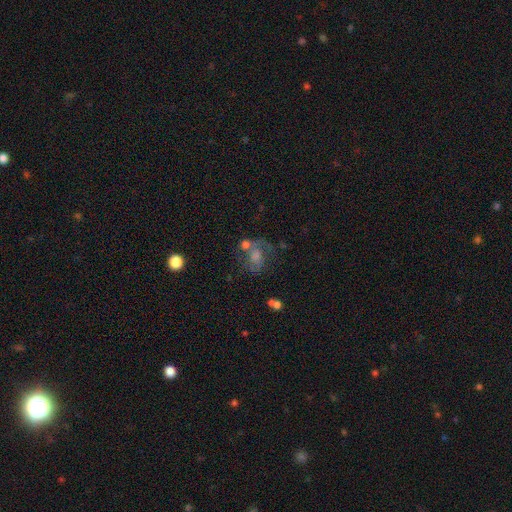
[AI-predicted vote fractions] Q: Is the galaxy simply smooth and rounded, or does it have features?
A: featured or disk — 55%.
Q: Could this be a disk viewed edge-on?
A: no — 97%.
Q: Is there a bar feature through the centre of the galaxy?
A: no — 66%.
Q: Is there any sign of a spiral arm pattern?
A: yes — 74%.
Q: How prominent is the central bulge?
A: moderate — 39%.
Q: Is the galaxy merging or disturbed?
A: none — 43%.